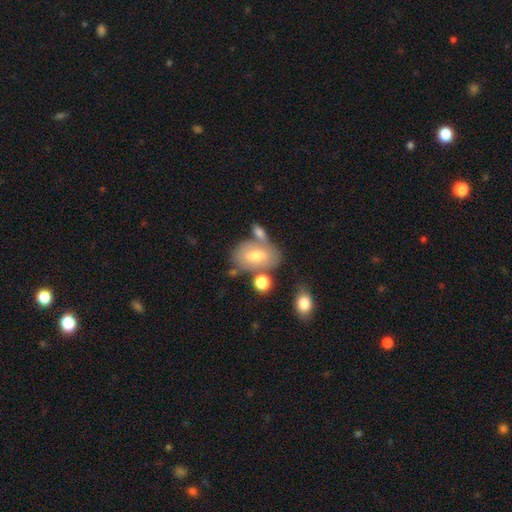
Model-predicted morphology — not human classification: Smooth or featured? Predicted: smooth (p=0.54). How rounded? Predicted: in between (p=0.84). Merging? Predicted: none (p=0.50).